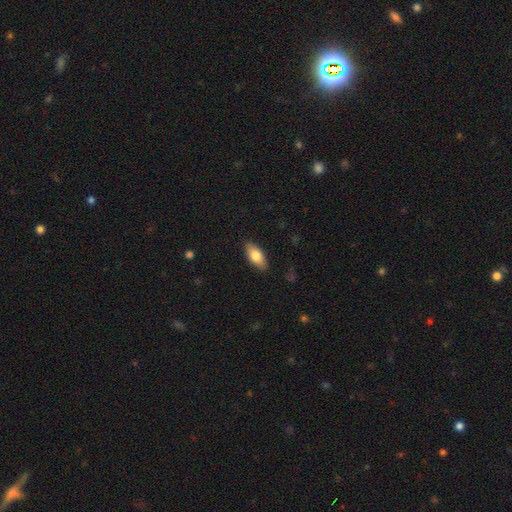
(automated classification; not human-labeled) A smooth galaxy with no disk features (78%) that is in between round and cigar-shaped (86%). Merging: none (87%).